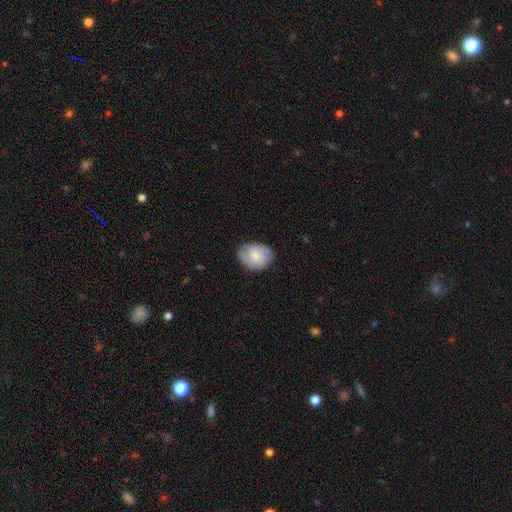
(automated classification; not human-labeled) A smooth galaxy with no disk features (54%) that is in between round and cigar-shaped (63%).

Vote fractions:
- Smooth or featured? smooth: 54% / featured or disk: 39% / star or artifact: 7%
- How rounded? in between: 63% / round: 36% / cigar-shaped: 1%
- Merging? none: 76% / minor disturbance: 18% / major disturbance: 5% / merger: 1%